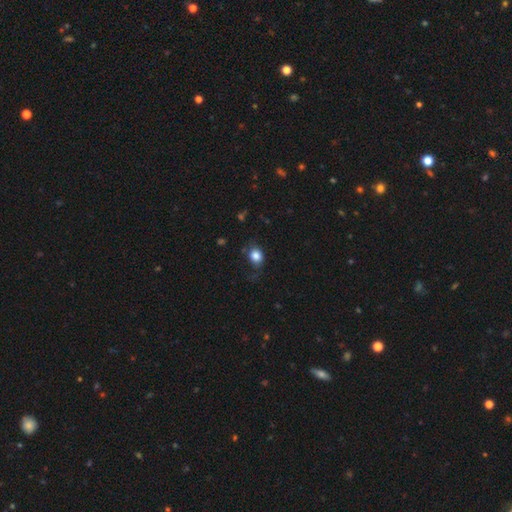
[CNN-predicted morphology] smooth 83%, star or artifact 9%, featured or disk 8%. Down the decision tree: how rounded — in between (51%); merging — none (63%).